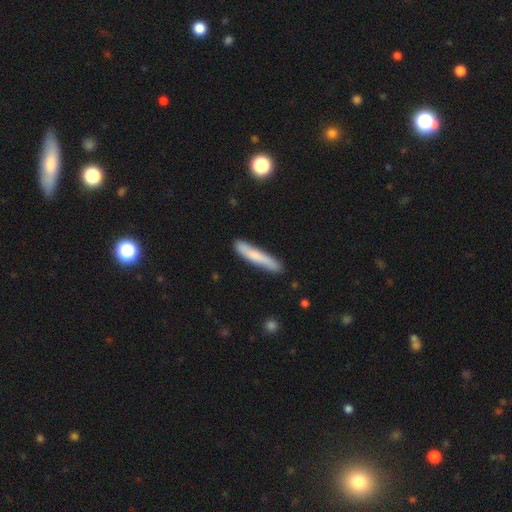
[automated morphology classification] Q: Smooth or featured?
A: smooth (72%); runner-up: featured or disk (22%)
Q: How rounded?
A: cigar-shaped (93%); runner-up: in between (5%)
Q: Merging?
A: none (83%); runner-up: minor disturbance (13%)